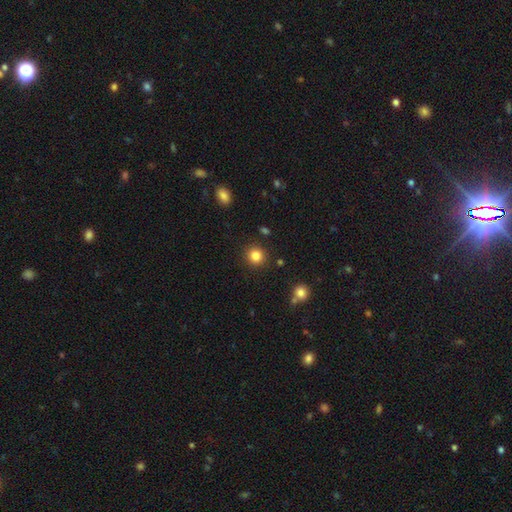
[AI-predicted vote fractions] A smooth galaxy with no disk features (84%) that is round (91%).

Vote fractions:
- Smooth or featured? smooth: 84% / star or artifact: 11% / featured or disk: 5%
- How rounded? round: 91% / in between: 8% / cigar-shaped: 1%
- Merging? none: 90% / minor disturbance: 6% / major disturbance: 2% / merger: 2%